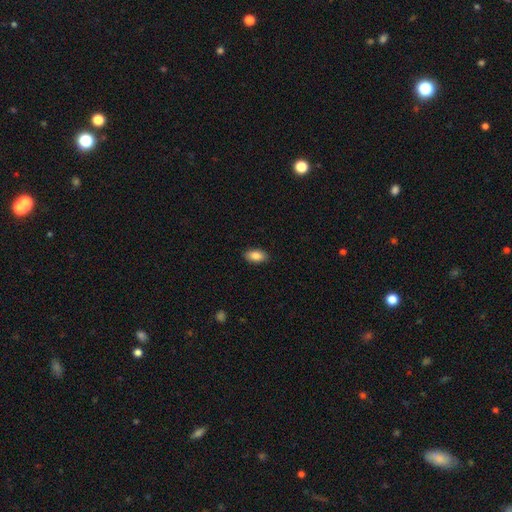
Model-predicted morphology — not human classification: Smooth or featured? smooth (87%)
How rounded? in between (93%)
Merging? none (89%)